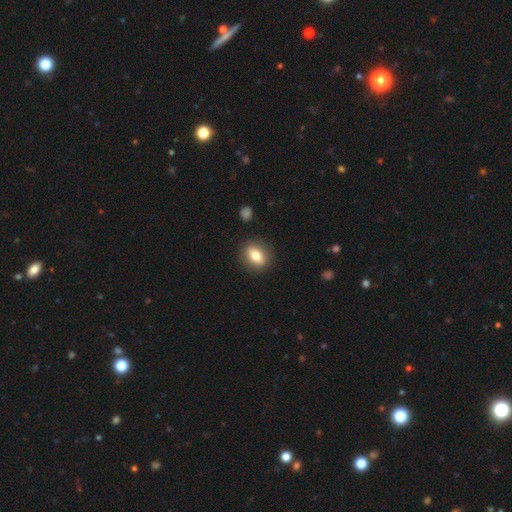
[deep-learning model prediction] Morphology: type=smooth (74%); roundness=in between (63%); merging=none (88%).